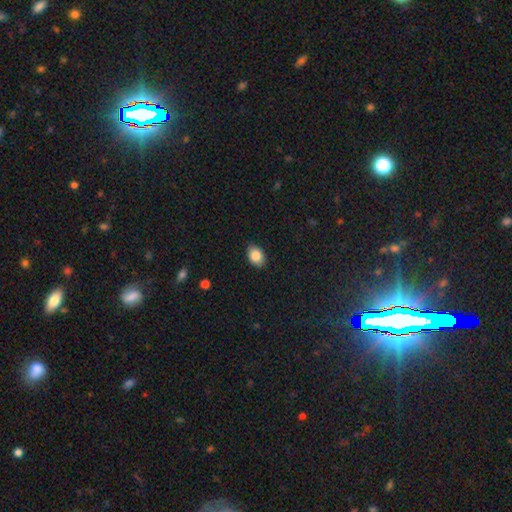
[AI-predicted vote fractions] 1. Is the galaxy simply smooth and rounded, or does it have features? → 84% smooth, 8% star or artifact, 8% featured or disk.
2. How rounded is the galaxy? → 82% in between, 17% round, 1% cigar-shaped.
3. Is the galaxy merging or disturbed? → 84% none, 12% minor disturbance, 2% major disturbance, 1% merger.